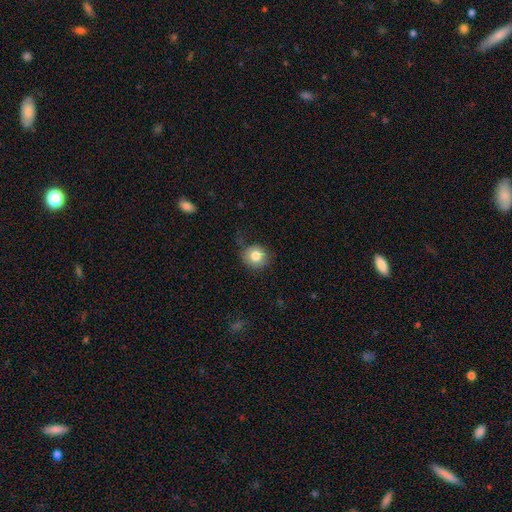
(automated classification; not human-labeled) A smooth galaxy with no disk features (82%) that is round (86%).

Vote fractions:
- Smooth or featured? smooth: 82% / star or artifact: 10% / featured or disk: 8%
- How rounded? round: 86% / in between: 13% / cigar-shaped: 1%
- Merging? none: 75% / minor disturbance: 18% / major disturbance: 5% / merger: 1%